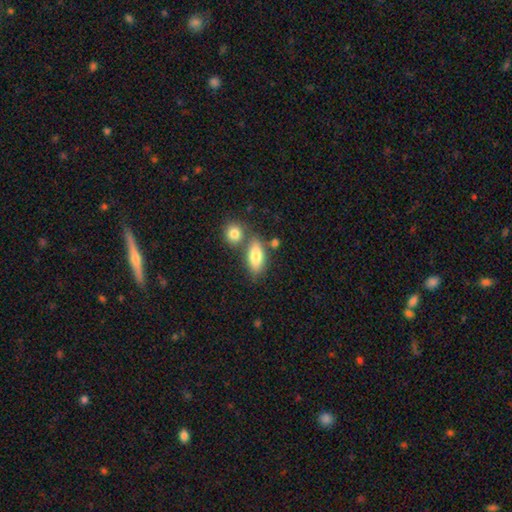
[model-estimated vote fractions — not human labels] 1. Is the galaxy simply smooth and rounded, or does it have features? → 80% smooth, 13% featured or disk, 7% star or artifact.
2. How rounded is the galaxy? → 82% in between, 13% cigar-shaped, 5% round.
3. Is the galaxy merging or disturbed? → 60% none, 24% merger, 12% minor disturbance, 4% major disturbance.